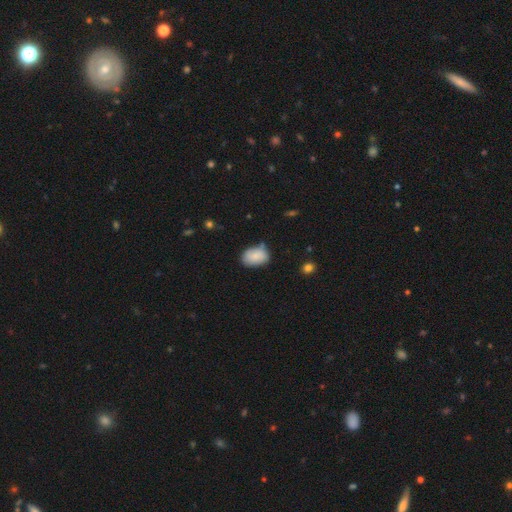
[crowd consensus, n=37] Volunteers were most divided on "merging": none: 73%, minor disturbance: 19%, merger: 5%, major disturbance: 3%. More confident: how rounded — in between (97%); smooth or featured — smooth (78%).